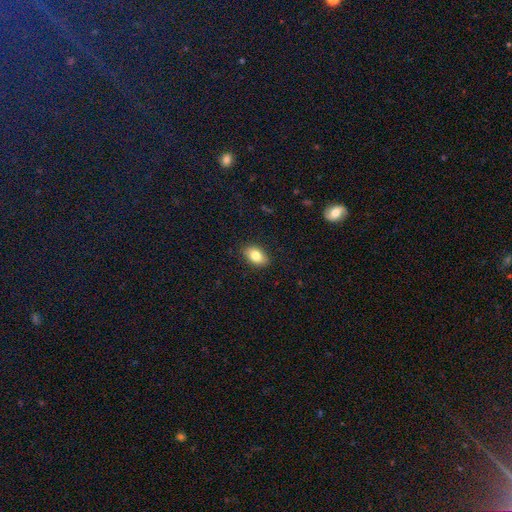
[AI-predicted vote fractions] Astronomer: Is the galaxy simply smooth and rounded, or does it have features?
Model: smooth — 82%.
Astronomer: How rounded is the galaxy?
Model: in between — 90%.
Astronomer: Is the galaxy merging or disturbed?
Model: none — 88%.